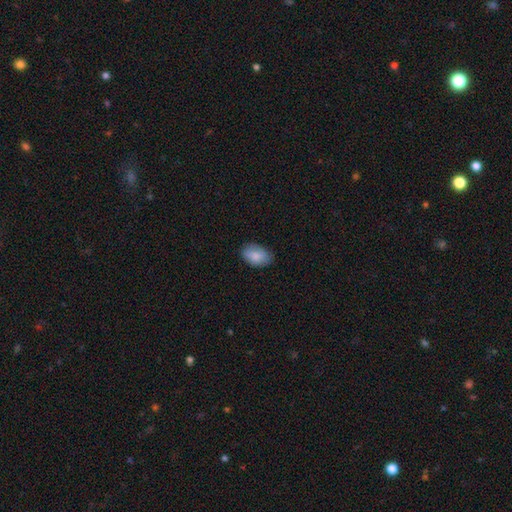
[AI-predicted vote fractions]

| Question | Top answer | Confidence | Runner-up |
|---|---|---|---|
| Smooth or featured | smooth | 85% | featured or disk (8%) |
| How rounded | in between | 90% | round (9%) |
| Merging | none | 79% | minor disturbance (17%) |